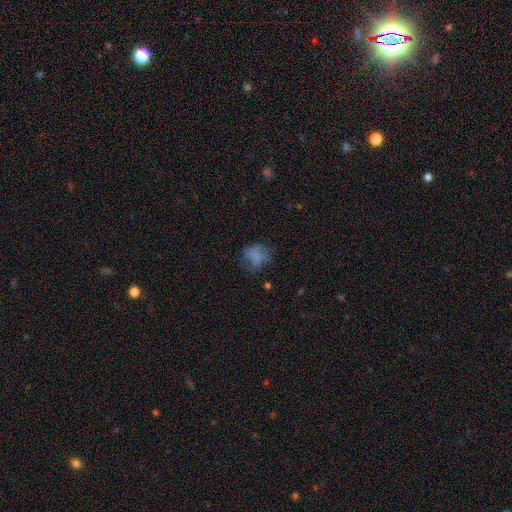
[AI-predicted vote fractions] Smooth or featured? Predicted: smooth (p=0.66). How rounded? Predicted: round (p=0.52). Merging? Predicted: none (p=0.48).